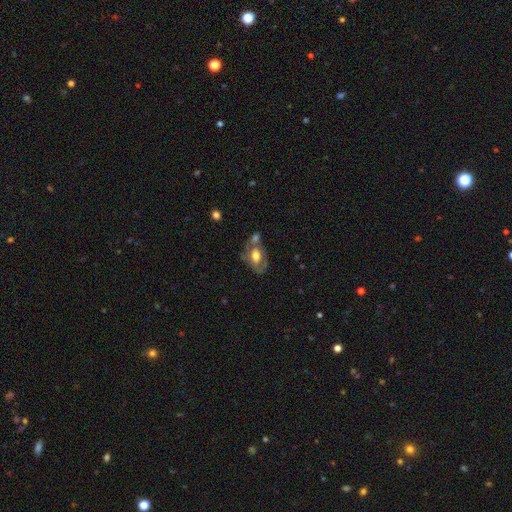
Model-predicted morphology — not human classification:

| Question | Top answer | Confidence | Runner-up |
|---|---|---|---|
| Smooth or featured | featured or disk | 55% | smooth (37%) |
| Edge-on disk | no | 93% | yes (7%) |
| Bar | no | 68% | weak (24%) |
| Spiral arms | no | 55% | yes (45%) |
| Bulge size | moderate | 57% | large (32%) |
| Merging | none | 37% | merger (32%) |